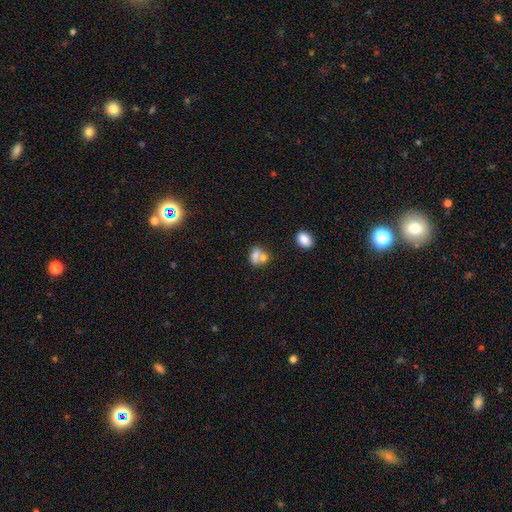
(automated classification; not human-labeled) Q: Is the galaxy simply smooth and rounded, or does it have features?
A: smooth — 70%.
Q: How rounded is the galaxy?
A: in between — 53%.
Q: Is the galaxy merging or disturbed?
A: merger — 54%.